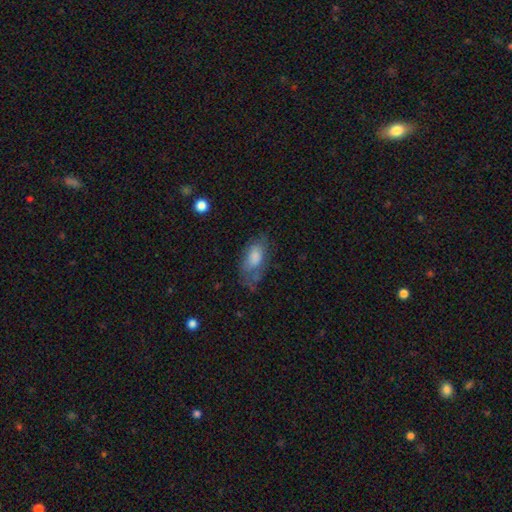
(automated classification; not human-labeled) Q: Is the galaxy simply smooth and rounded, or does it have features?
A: smooth — 57%.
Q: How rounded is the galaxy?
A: in between — 84%.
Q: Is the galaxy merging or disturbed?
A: none — 54%.